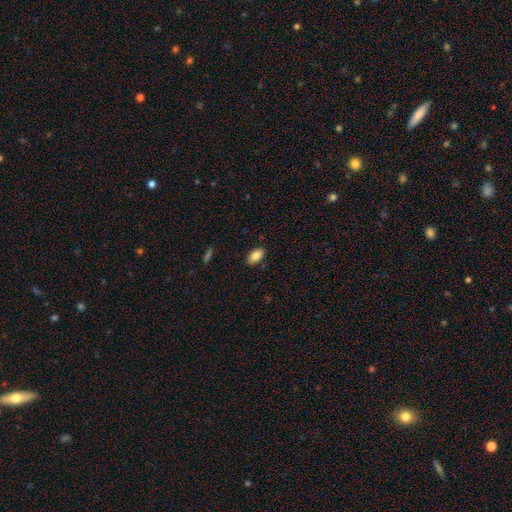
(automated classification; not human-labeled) A smooth galaxy with no disk features (86%) that is in between round and cigar-shaped (92%). Merging: none (87%).